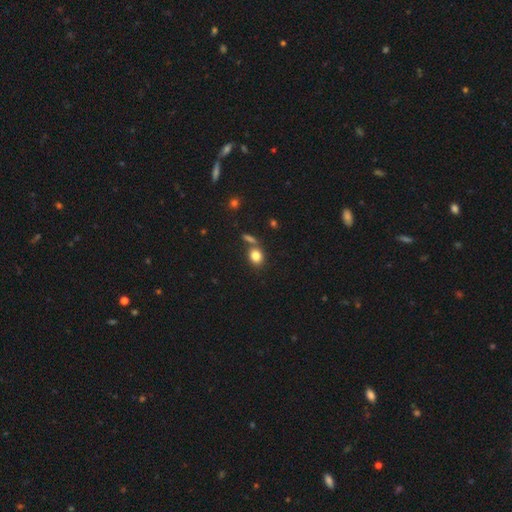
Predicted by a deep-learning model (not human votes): The model was most divided on "how rounded": round: 53%, in between: 45%, cigar-shaped: 2%. More confident: smooth or featured — smooth (82%); merging — none (62%).